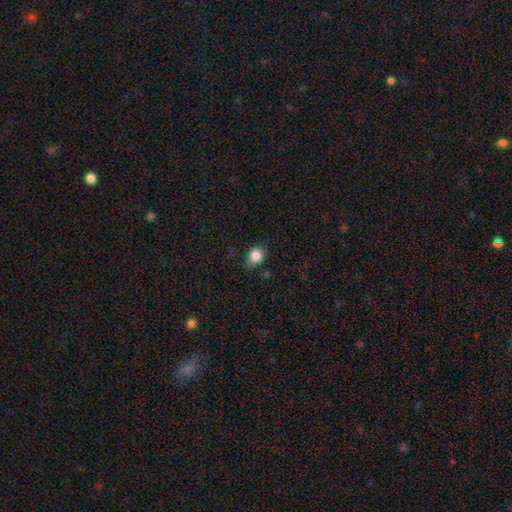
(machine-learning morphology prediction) Q: Smooth or featured?
A: smooth (84%); runner-up: star or artifact (10%)
Q: How rounded?
A: round (56%); runner-up: in between (43%)
Q: Merging?
A: none (74%); runner-up: minor disturbance (20%)